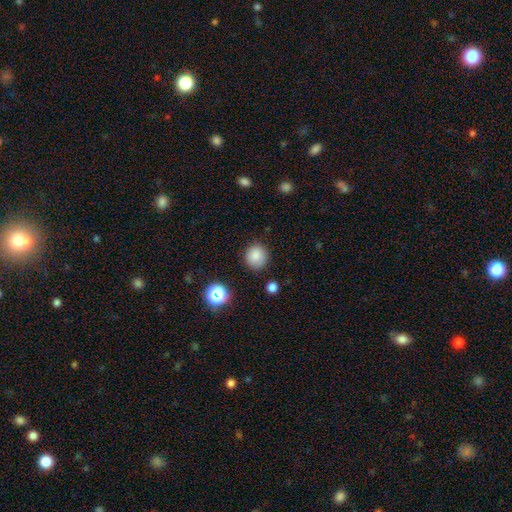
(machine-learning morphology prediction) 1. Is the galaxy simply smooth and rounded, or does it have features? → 84% smooth, 12% star or artifact, 5% featured or disk.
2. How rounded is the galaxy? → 89% round, 10% in between, 1% cigar-shaped.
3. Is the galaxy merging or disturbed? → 86% none, 9% minor disturbance, 3% major disturbance, 2% merger.